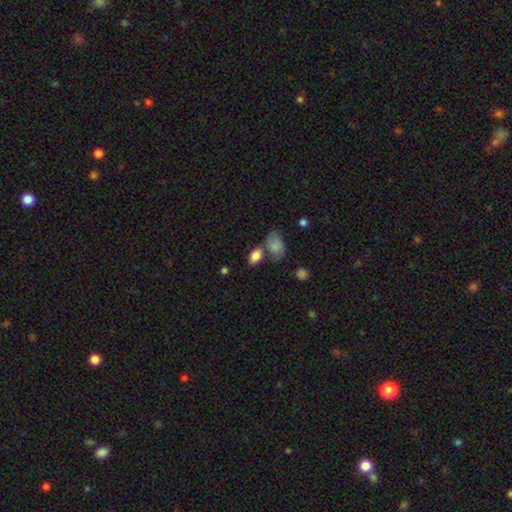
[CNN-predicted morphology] Smooth or featured: smooth — 82% (featured or disk — 9%)
How rounded: in between — 88% (round — 9%)
Merging: none — 60% (merger — 19%)